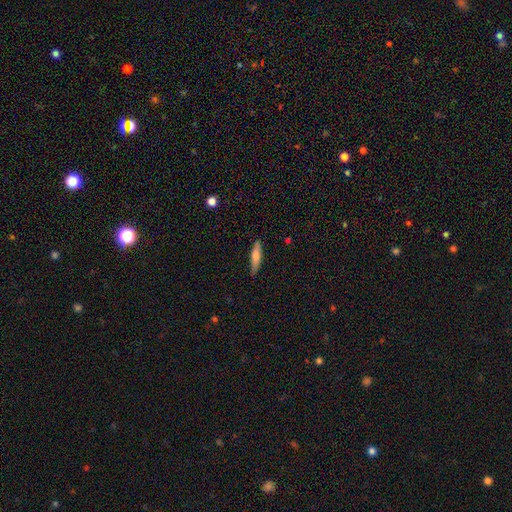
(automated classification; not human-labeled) smooth 64%, featured or disk 30%, star or artifact 6%. Down the decision tree: how rounded — cigar-shaped (81%); merging — none (86%).